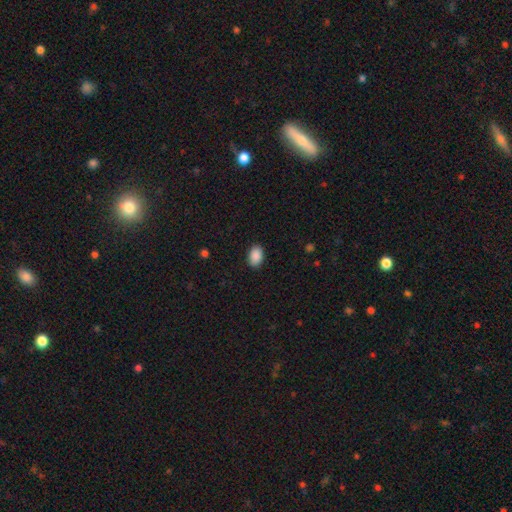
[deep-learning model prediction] Smooth or featured? smooth (90%)
How rounded? in between (89%)
Merging? none (89%)